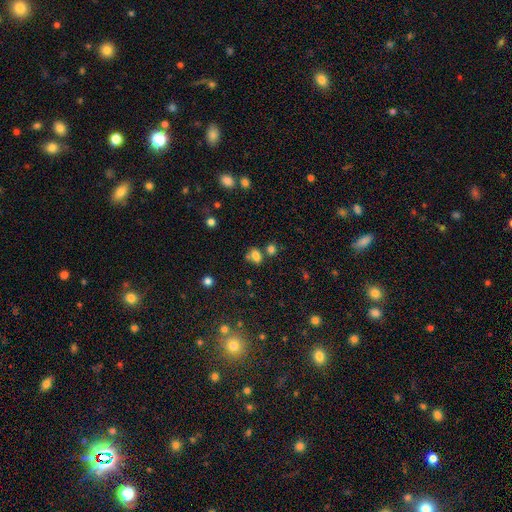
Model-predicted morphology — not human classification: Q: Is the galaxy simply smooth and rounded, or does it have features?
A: smooth — 77%.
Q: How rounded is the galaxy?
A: in between — 67%.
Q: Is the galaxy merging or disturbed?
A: none — 55%.